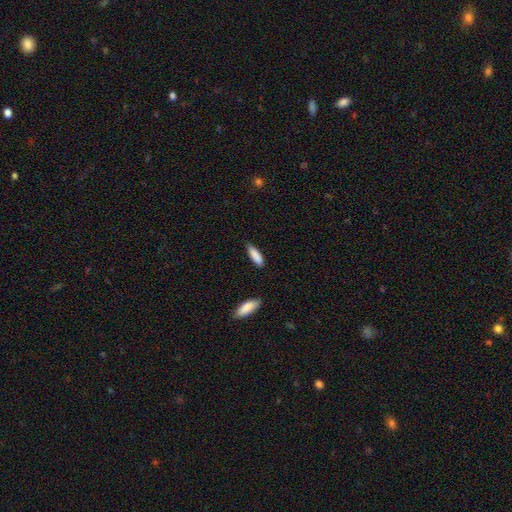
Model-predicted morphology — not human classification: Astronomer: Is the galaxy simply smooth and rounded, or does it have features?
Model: smooth — 87%.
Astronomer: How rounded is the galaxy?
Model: cigar-shaped — 54% (runner-up: in between, 45%).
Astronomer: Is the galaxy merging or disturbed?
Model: none — 79%.